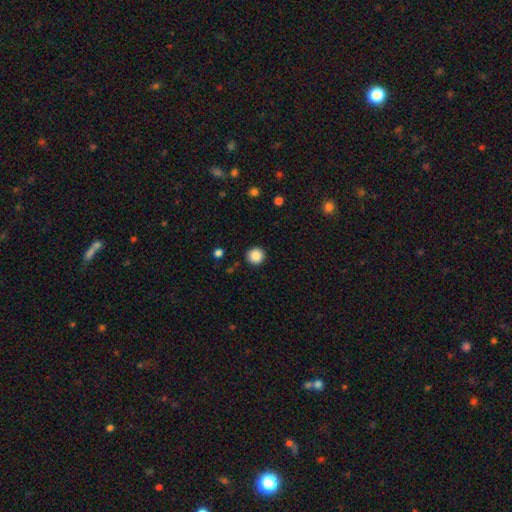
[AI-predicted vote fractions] Q: Smooth or featured?
A: smooth (87%); runner-up: star or artifact (10%)
Q: How rounded?
A: round (96%); runner-up: in between (4%)
Q: Merging?
A: none (91%); runner-up: minor disturbance (6%)